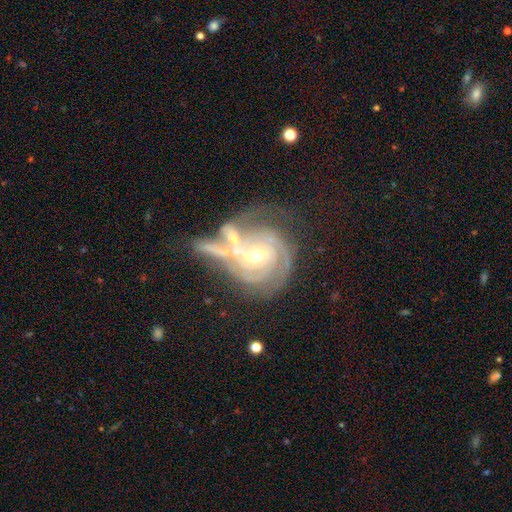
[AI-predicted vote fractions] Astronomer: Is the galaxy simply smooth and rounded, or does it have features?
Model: featured or disk — 86%.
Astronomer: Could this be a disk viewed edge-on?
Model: no — 96%.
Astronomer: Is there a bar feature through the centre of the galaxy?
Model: no — 50% (runner-up: weak, 35%).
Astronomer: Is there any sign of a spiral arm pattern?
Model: yes — 95%.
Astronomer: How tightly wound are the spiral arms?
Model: tight — 68%.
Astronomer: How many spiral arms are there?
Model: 2 — 33% (runner-up: 3, 25%).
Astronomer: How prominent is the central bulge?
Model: moderate — 59% (runner-up: small, 36%).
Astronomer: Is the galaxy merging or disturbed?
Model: none — 36% (runner-up: merger, 34%).